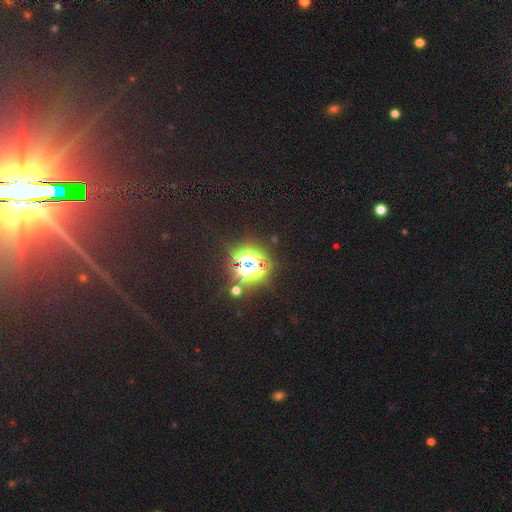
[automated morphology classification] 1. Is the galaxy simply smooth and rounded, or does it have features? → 81% star or artifact, 12% smooth, 7% featured or disk.